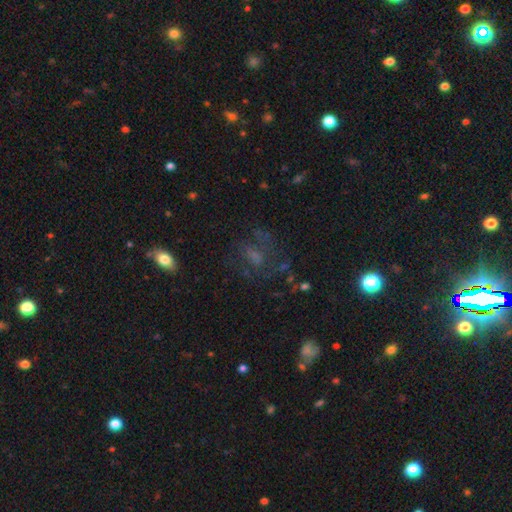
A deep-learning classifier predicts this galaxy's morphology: smooth-or-featured: featured or disk: 39% | smooth: 35% | star or artifact: 27%
  merging: none: 55% | major disturbance: 24% | minor disturbance: 18% | merger: 4%